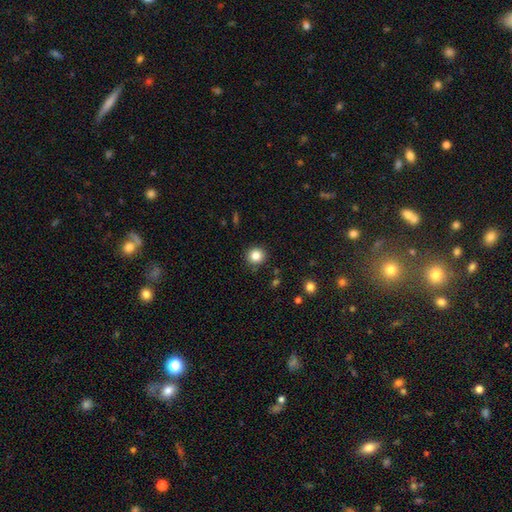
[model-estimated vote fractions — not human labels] Smooth or featured: smooth — 83% (star or artifact — 11%)
How rounded: round — 91% (in between — 8%)
Merging: none — 90% (minor disturbance — 7%)